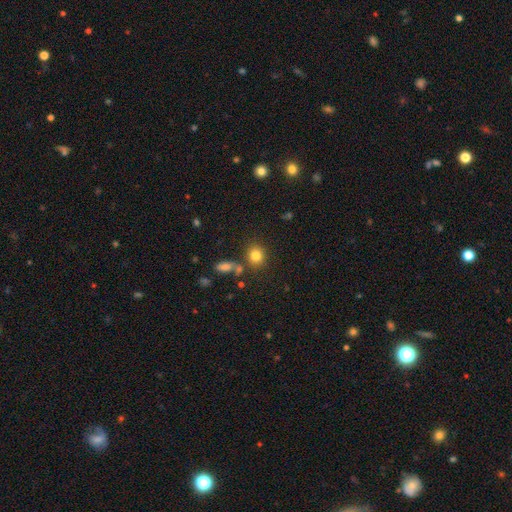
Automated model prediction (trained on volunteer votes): smooth_or_featured: smooth (p=0.81) [alt: star or artifact p=0.12]
how_rounded: round (p=0.82) [alt: in between p=0.16]
merging: none (p=0.77) [alt: minor disturbance p=0.10]